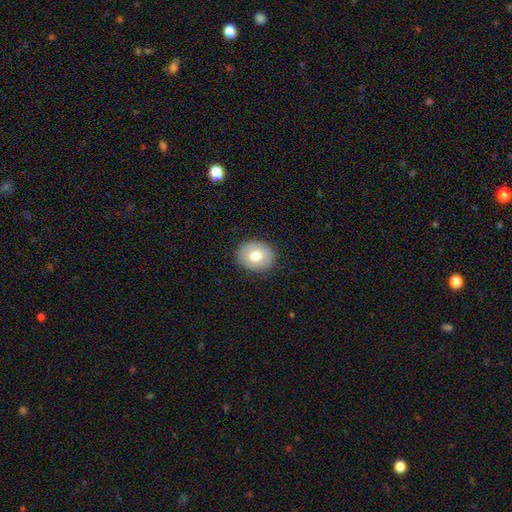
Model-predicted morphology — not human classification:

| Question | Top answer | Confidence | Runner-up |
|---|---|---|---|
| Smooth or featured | smooth | 73% | featured or disk (19%) |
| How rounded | round | 58% | in between (41%) |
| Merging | none | 89% | minor disturbance (8%) |